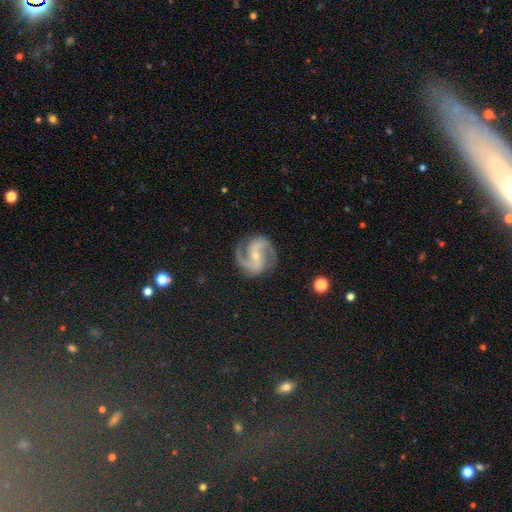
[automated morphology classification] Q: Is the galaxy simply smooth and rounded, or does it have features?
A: featured or disk — 91%.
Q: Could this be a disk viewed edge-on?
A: no — 98%.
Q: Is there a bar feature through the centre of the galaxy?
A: no — 37%, tied with weak.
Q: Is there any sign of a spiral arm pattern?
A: yes — 98%.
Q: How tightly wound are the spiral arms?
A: medium — 59%.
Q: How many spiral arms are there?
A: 2 — 88%.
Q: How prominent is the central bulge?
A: small — 61%.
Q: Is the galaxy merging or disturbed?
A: none — 83%.